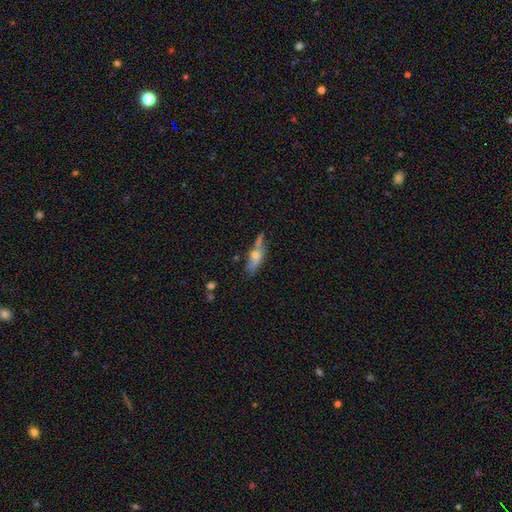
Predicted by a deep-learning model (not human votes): Smooth or featured? smooth (47%)
Merging? none (57%)